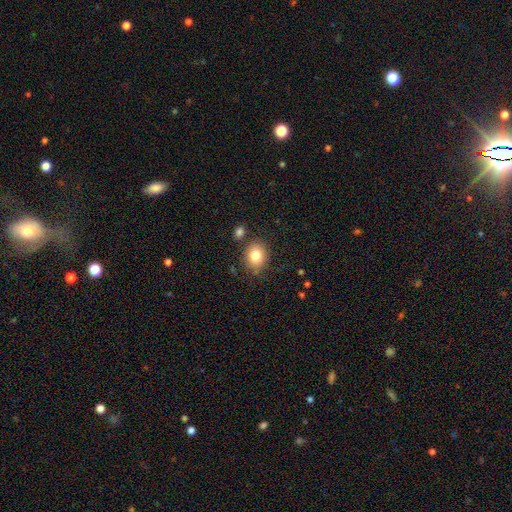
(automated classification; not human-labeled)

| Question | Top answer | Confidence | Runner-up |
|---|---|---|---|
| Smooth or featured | smooth | 81% | star or artifact (9%) |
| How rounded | round | 57% | in between (42%) |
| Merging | none | 77% | minor disturbance (13%) |